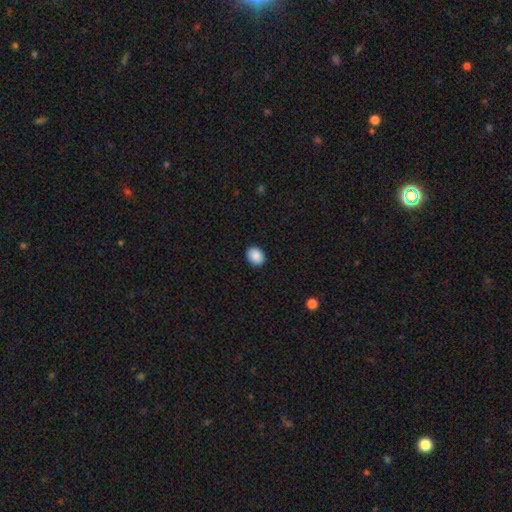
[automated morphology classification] type=smooth (90%); roundness=round (54%); merging=none (91%).